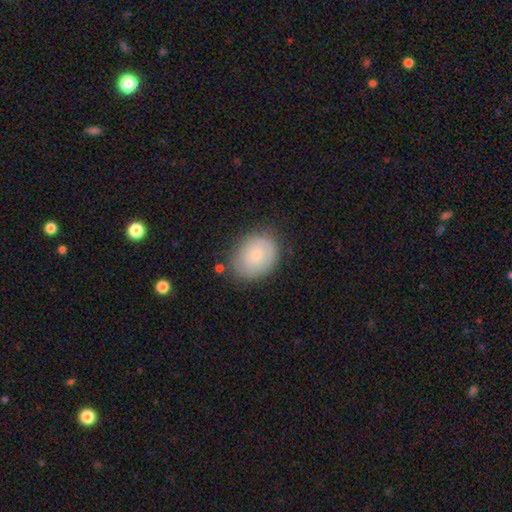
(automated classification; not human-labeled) This is likely a smooth galaxy (67%). How rounded: possibly in between (52%). Merging: likely none (73%).